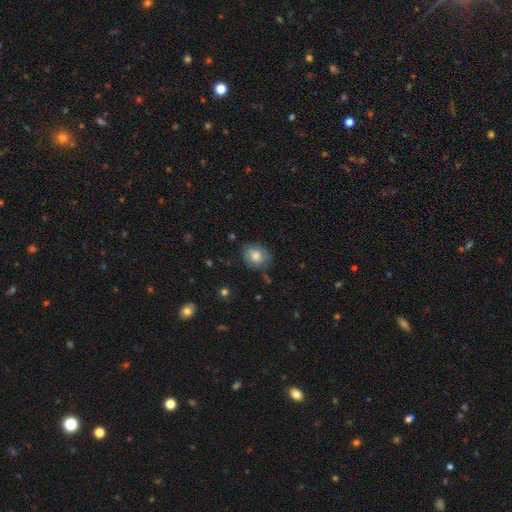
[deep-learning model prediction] A smooth galaxy with no disk features (74%) that is round (58%).

Vote fractions:
- Smooth or featured? smooth: 74% / featured or disk: 17% / star or artifact: 8%
- How rounded? round: 58% / in between: 41% / cigar-shaped: 1%
- Merging? none: 68% / minor disturbance: 24% / major disturbance: 6% / merger: 2%